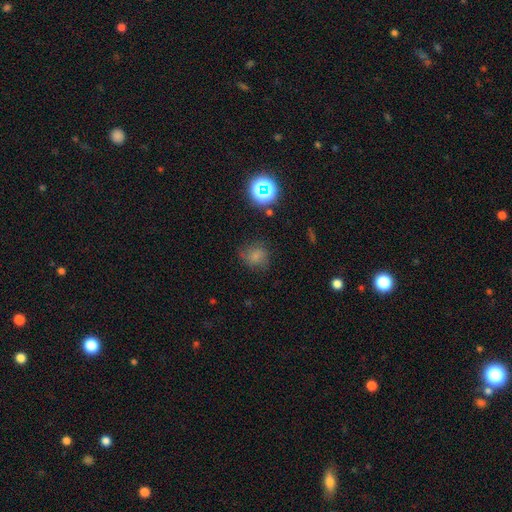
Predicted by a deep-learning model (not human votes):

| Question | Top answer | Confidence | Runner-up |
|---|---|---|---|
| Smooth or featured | smooth | 68% | star or artifact (20%) |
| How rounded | round | 75% | in between (24%) |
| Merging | none | 67% | minor disturbance (22%) |